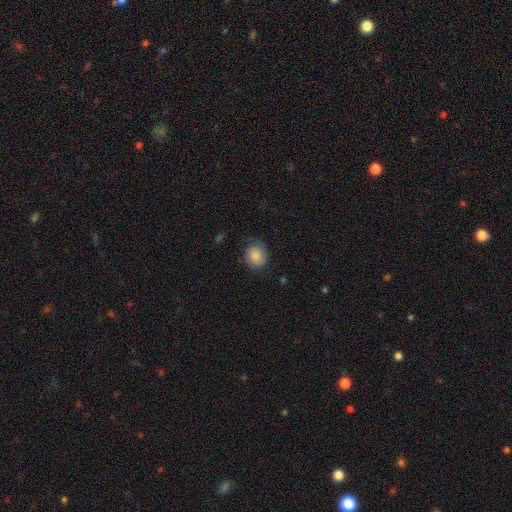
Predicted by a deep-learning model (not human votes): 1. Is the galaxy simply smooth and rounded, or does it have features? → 78% smooth, 15% featured or disk, 8% star or artifact.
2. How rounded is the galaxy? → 66% round, 33% in between, 1% cigar-shaped.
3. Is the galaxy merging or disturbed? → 64% none, 25% minor disturbance, 9% major disturbance, 1% merger.